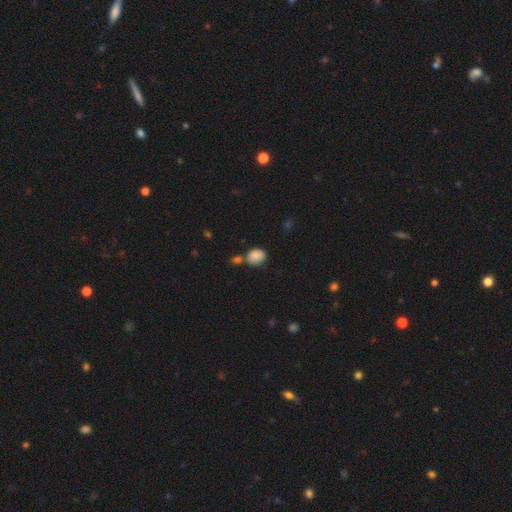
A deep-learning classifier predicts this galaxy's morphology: Overall: smooth (86%). How rounded: in between (57%; round 42%). Merging: none (56%; merger 25%).